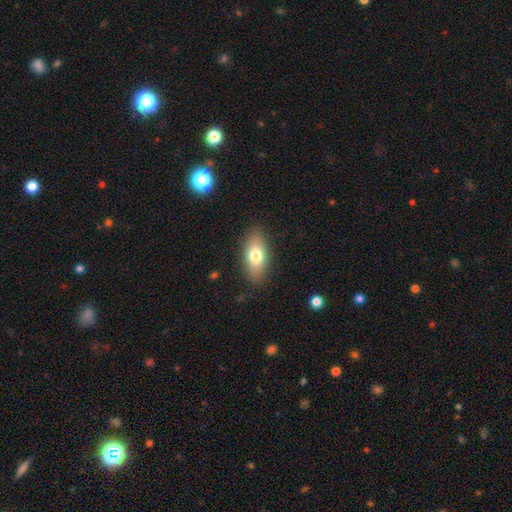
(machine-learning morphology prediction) A smooth galaxy with no disk features (74%) that is in between round and cigar-shaped (83%).

Vote fractions:
- Smooth or featured? smooth: 74% / featured or disk: 19% / star or artifact: 7%
- How rounded? in between: 83% / cigar-shaped: 13% / round: 4%
- Merging? none: 86% / minor disturbance: 10% / major disturbance: 3% / merger: 1%